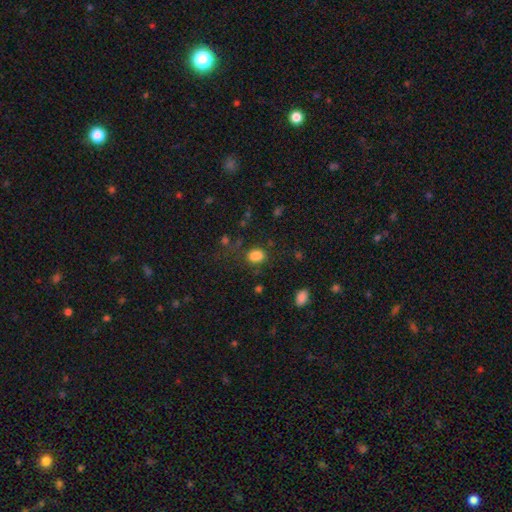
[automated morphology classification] smooth-or-featured: smooth: 83% | star or artifact: 13% | featured or disk: 5%
  how-rounded: in between: 60% | round: 38% | cigar-shaped: 1%
  merging: none: 69% | minor disturbance: 18% | major disturbance: 9% | merger: 4%